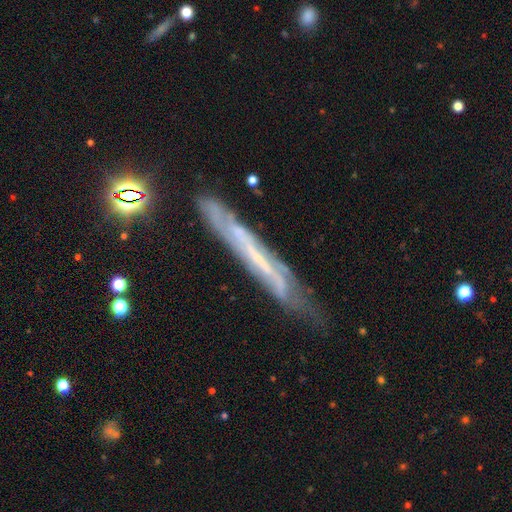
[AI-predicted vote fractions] Overall: featured or disk (66%). Edge-on disk: yes (74%). Merging: none (68%).